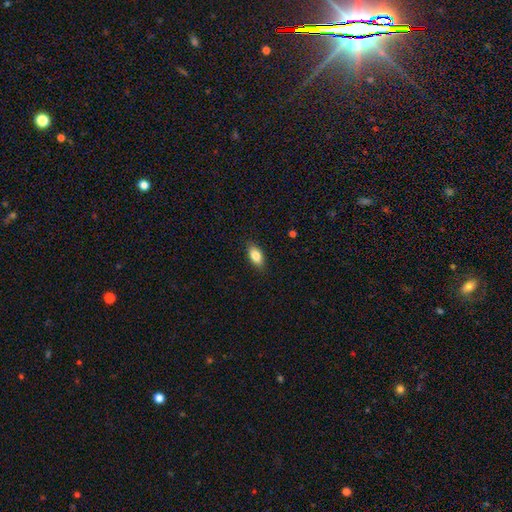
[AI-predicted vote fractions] Smooth or featured: smooth — 83% (featured or disk — 10%)
How rounded: in between — 90% (cigar-shaped — 6%)
Merging: none — 87% (minor disturbance — 10%)